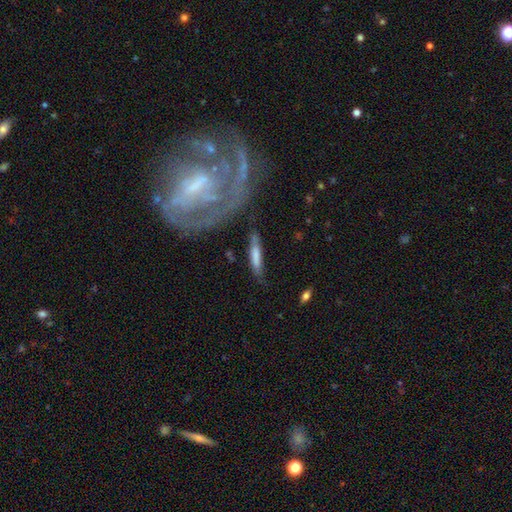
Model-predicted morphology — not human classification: smooth 66%, featured or disk 28%, star or artifact 6%. Down the decision tree: how rounded — cigar-shaped (88%); merging — none (69%).